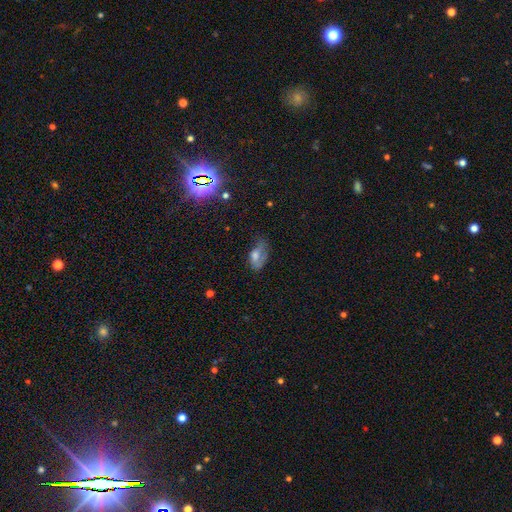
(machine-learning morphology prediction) smooth-or-featured: smooth: 51% | featured or disk: 34% | star or artifact: 16%
  how-rounded: in between: 89% | round: 7% | cigar-shaped: 4%
  merging: none: 39% | minor disturbance: 34% | major disturbance: 24% | merger: 3%